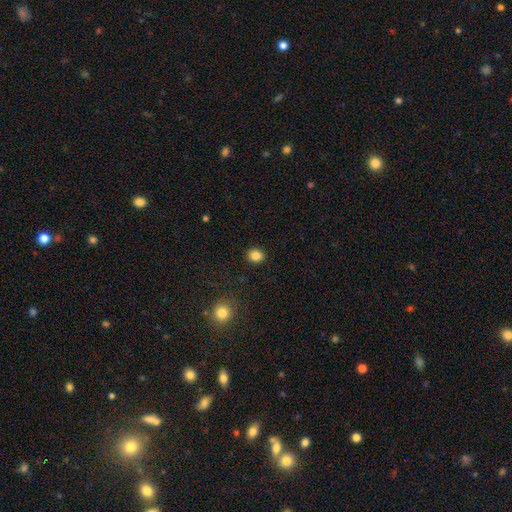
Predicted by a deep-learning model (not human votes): Smooth or featured: smooth — 85% (star or artifact — 11%)
How rounded: round — 69% (in between — 31%)
Merging: none — 91% (minor disturbance — 6%)